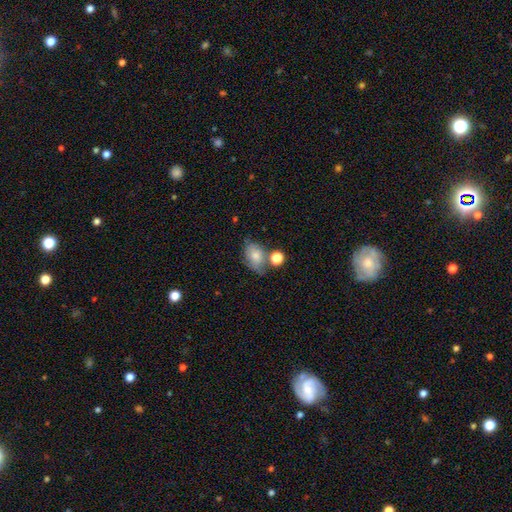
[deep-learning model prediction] Smooth or featured: smooth — 73% (featured or disk — 17%)
How rounded: in between — 77% (round — 22%)
Merging: none — 49% (minor disturbance — 23%)